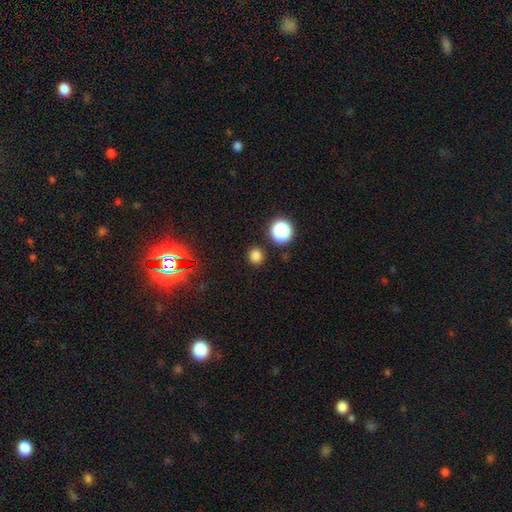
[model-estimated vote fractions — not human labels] Smooth or featured? smooth (79%)
How rounded? round (89%)
Merging? none (90%)